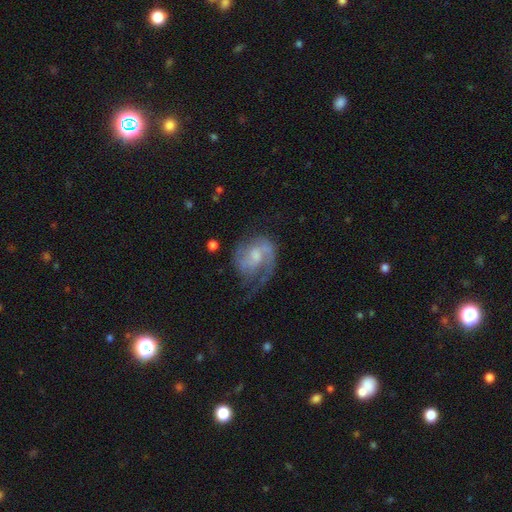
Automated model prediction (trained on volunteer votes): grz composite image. It shows a featured or disk galaxy (81%) with a weak bar (49%), 2 (61%) medium (48%) spiral arms (94%) and a moderate central bulge (42%). Merging: none (50%).